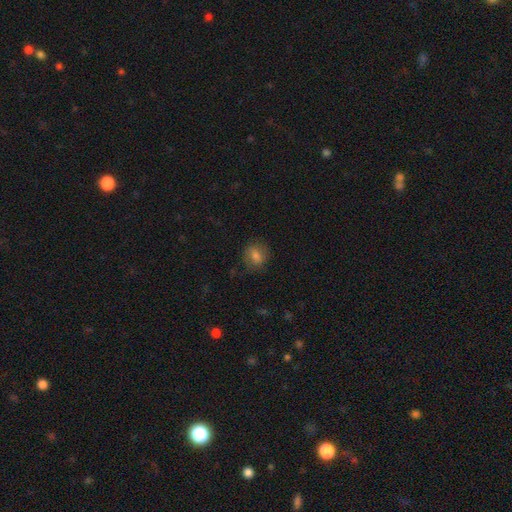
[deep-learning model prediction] Overall: smooth (75%). How rounded: round (67%; in between 32%). Merging: none (79%).